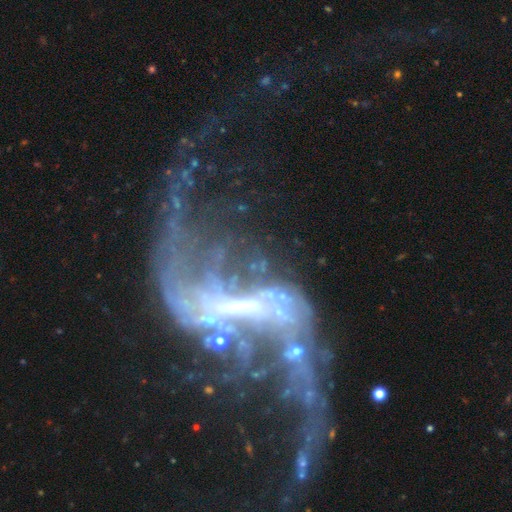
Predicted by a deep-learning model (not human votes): Smooth or featured?
  - featured or disk: 89% *
  - star or artifact: 7%
  - smooth: 4%
Edge-on disk?
  - no: 96% *
  - yes: 4%
Bar?
  - strong: 45% *
  - weak: 37%
  - no: 18%
Spiral arms?
  - yes: 92% *
  - no: 8%
Spiral winding?
  - loose: 89% *
  - medium: 8%
  - tight: 3%
Spiral arm count?
  - 2: 87% *
  - can't tell: 4%
  - 1: 3%
  - 3: 2%
  - 4: 2%
  - more than 4: 2%
Bulge size?
  - small: 54% *
  - moderate: 21%
  - none: 20%
  - large: 3%
  - dominant: 2%
Merging?
  - major disturbance: 36% *
  - none: 35%
  - merger: 17%
  - minor disturbance: 13%